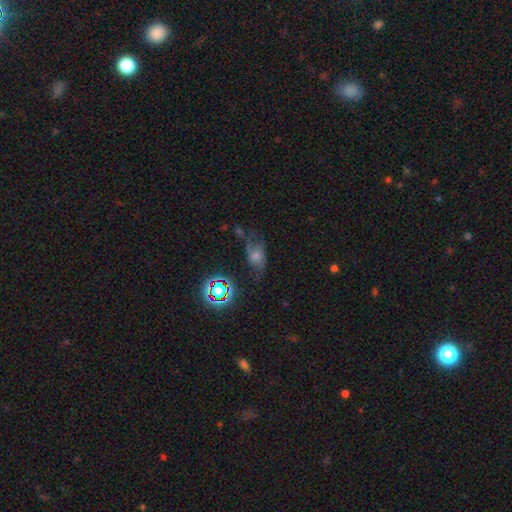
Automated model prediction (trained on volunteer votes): smooth 41%, featured or disk 35%, star or artifact 24%. Down the decision tree: merging — none (43%).